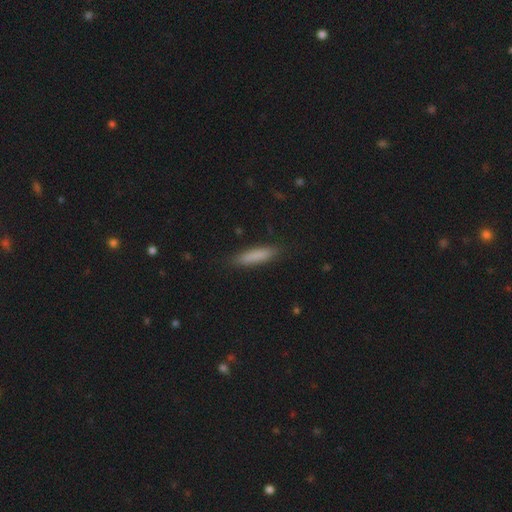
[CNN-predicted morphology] Smooth or featured? Predicted: smooth (p=0.83). How rounded? Predicted: cigar-shaped (p=0.80). Merging? Predicted: none (p=0.87).